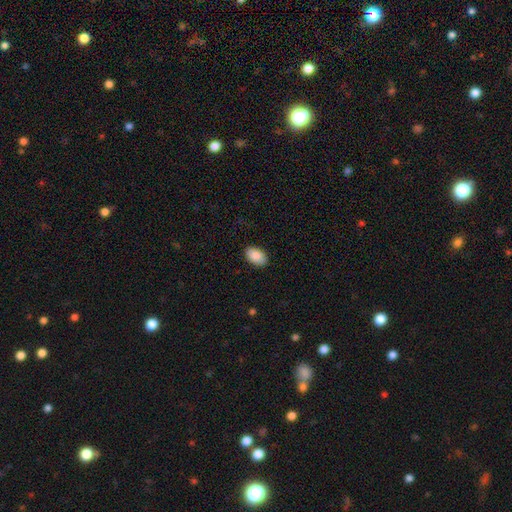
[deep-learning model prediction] Smooth or featured: smooth — 89% (star or artifact — 6%)
How rounded: in between — 92% (round — 7%)
Merging: none — 89% (minor disturbance — 8%)